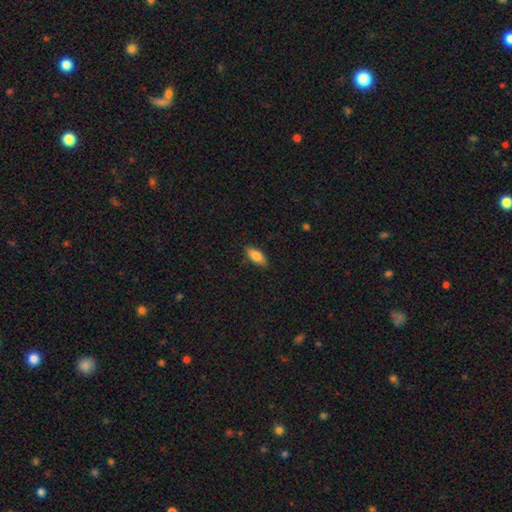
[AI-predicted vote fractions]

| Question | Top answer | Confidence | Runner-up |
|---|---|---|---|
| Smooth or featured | smooth | 81% | featured or disk (13%) |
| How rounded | in between | 78% | cigar-shaped (19%) |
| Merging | none | 82% | minor disturbance (14%) |